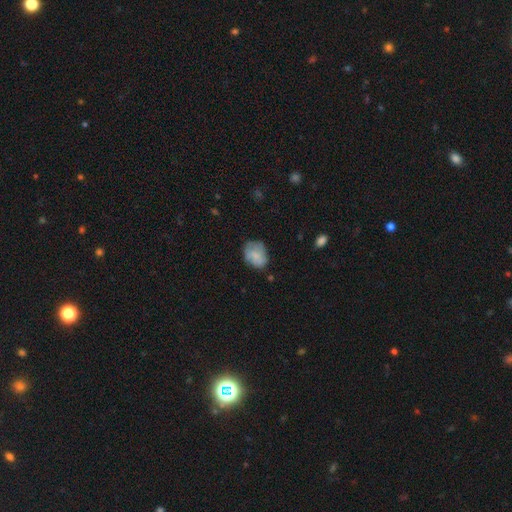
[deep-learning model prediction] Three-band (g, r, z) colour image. It shows a smooth galaxy with no disk features (69%) that is in between round and cigar-shaped (62%). Merging: none (59%).